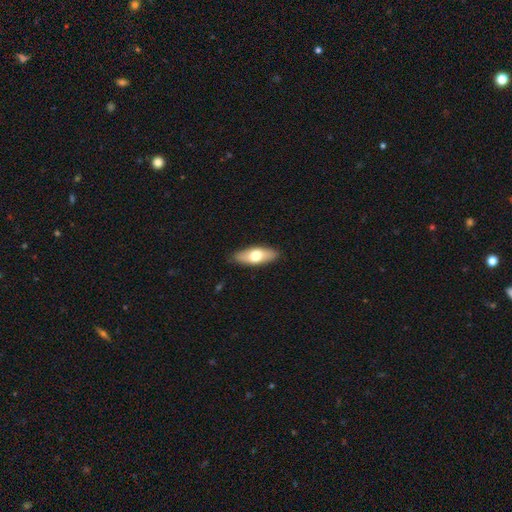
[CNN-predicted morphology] Smooth or featured? smooth (64%)
How rounded? in between (71%)
Merging? none (87%)